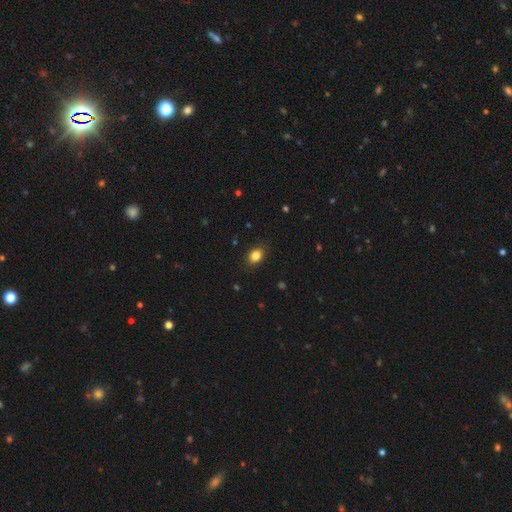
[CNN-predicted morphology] This appears to be a smooth galaxy with no disk features (85%) that is in between round and cigar-shaped (69%). Merging: none (87%).